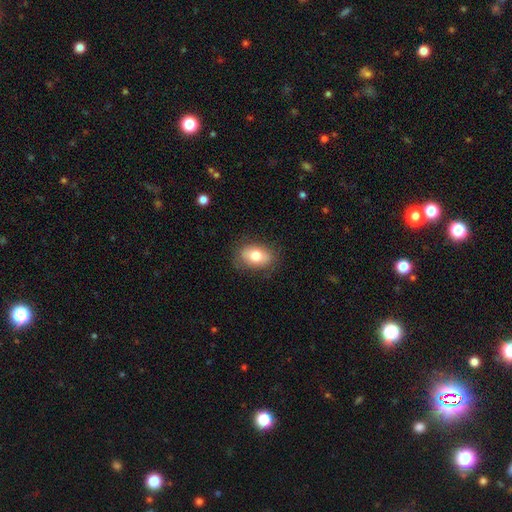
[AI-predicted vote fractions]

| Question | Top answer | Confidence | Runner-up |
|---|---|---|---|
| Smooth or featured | smooth | 77% | featured or disk (15%) |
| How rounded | in between | 83% | round (15%) |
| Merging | none | 81% | minor disturbance (14%) |